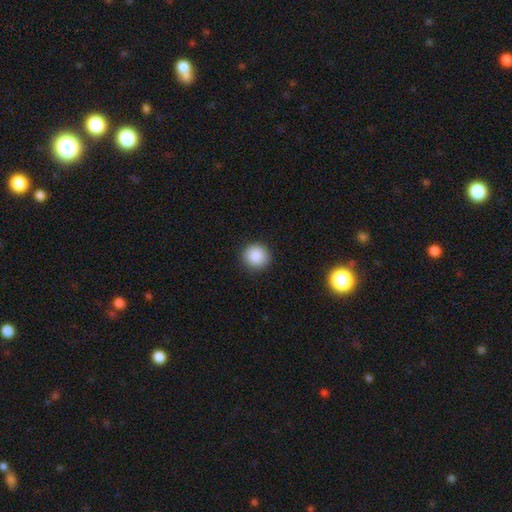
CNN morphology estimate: Smooth or featured? smooth (88%)
How rounded? round (93%)
Merging? none (91%)